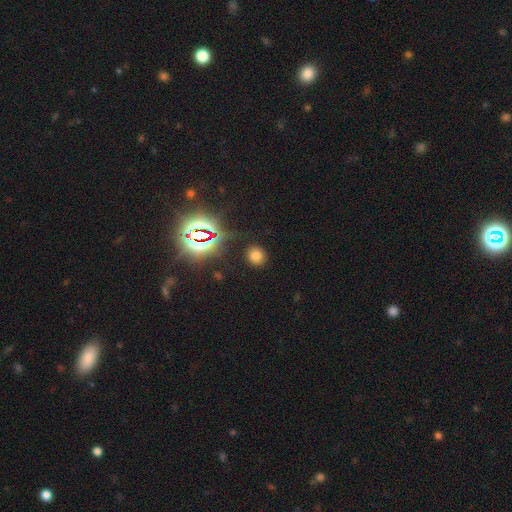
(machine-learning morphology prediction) The model was most divided on "smooth or featured": smooth: 68%, star or artifact: 25%, featured or disk: 7%. More confident: merging — none (87%); how rounded — round (84%).